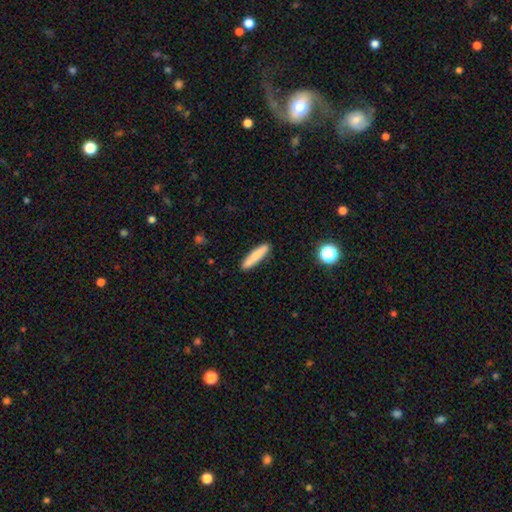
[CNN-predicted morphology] Q: Smooth or featured?
A: smooth (81%); runner-up: featured or disk (13%)
Q: How rounded?
A: cigar-shaped (85%); runner-up: in between (13%)
Q: Merging?
A: none (90%); runner-up: minor disturbance (7%)